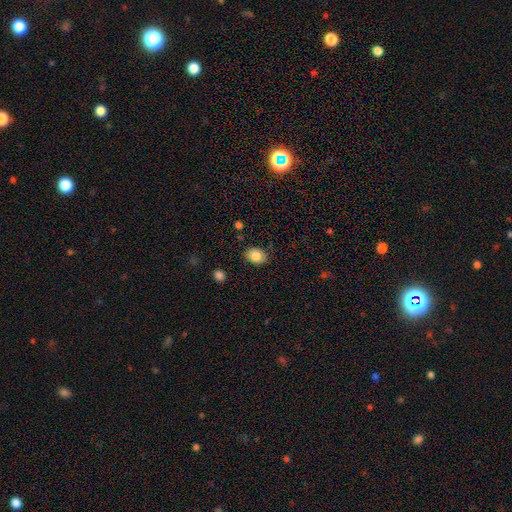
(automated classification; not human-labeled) Smooth or featured: smooth — 85% (star or artifact — 8%)
How rounded: in between — 67% (round — 32%)
Merging: none — 83% (minor disturbance — 13%)